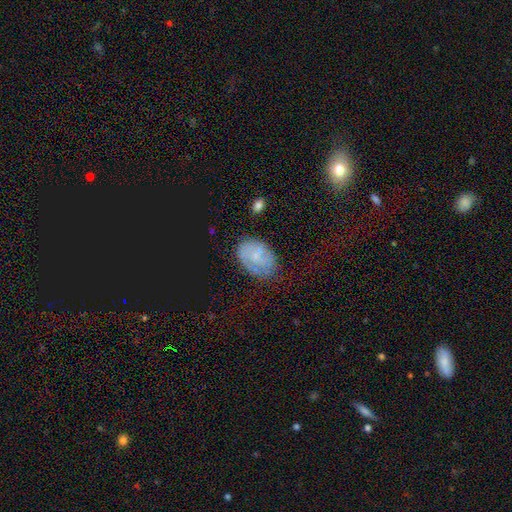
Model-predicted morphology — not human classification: Smooth or featured? featured or disk (43%)
Merging? none (66%)